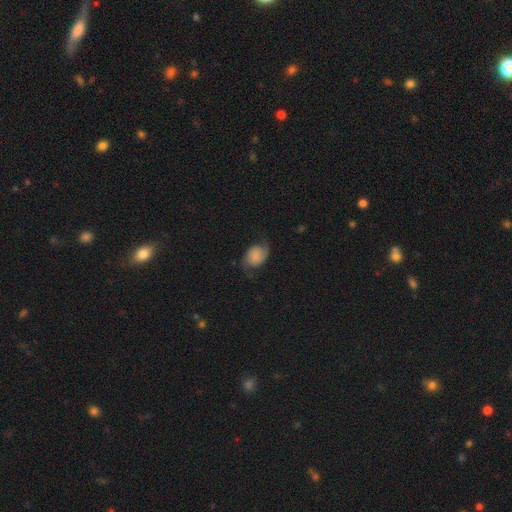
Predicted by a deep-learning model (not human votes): Overall: featured or disk (53%; smooth 38%). Edge-on disk: no (97%). Bar: no (67%). Spiral arms: yes (92%). Bulge size: none (39%; small 32%). Merging: none (68%).